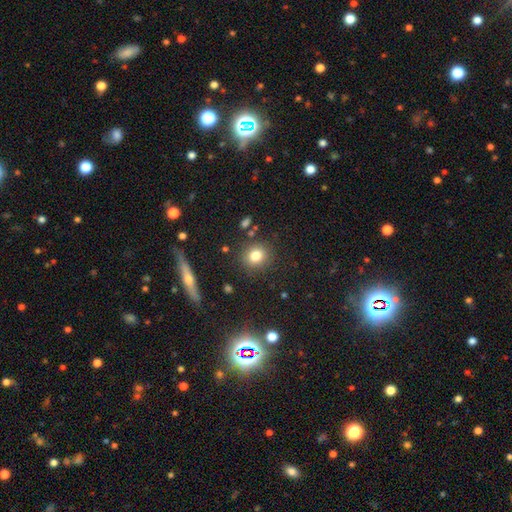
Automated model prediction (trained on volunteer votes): A smooth galaxy with no disk features (80%) that is round (82%).

Vote fractions:
- Smooth or featured? smooth: 80% / star or artifact: 11% / featured or disk: 8%
- How rounded? round: 82% / in between: 17% / cigar-shaped: 1%
- Merging? none: 86% / minor disturbance: 8% / merger: 3% / major disturbance: 3%